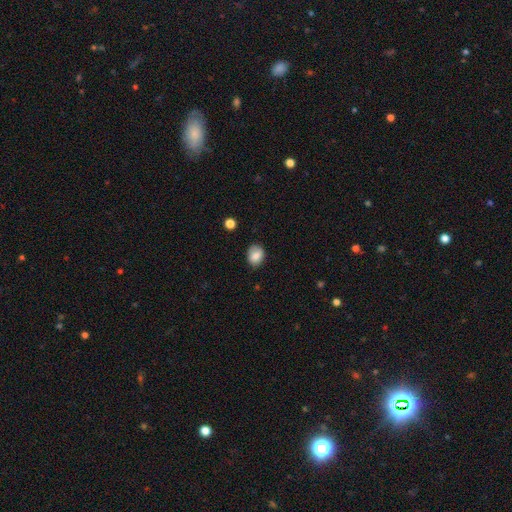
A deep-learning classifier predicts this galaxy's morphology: A smooth galaxy with no disk features (82%) that is in between round and cigar-shaped (54%). Merging: none (75%).